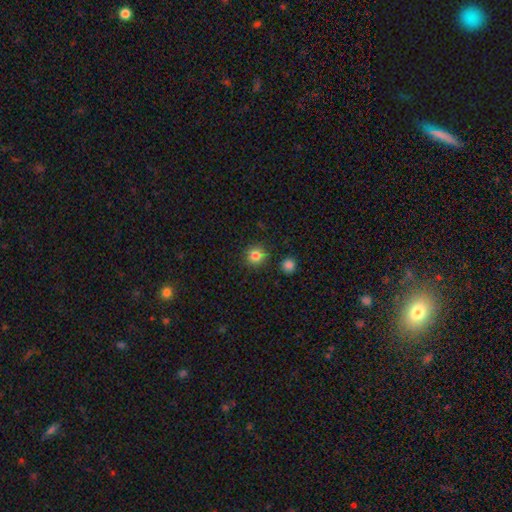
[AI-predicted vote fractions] A smooth galaxy with no disk features (83%) that is round (91%).

Vote fractions:
- Smooth or featured? smooth: 83% / star or artifact: 12% / featured or disk: 5%
- How rounded? round: 91% / in between: 8% / cigar-shaped: 1%
- Merging? none: 86% / minor disturbance: 8% / merger: 3% / major disturbance: 2%